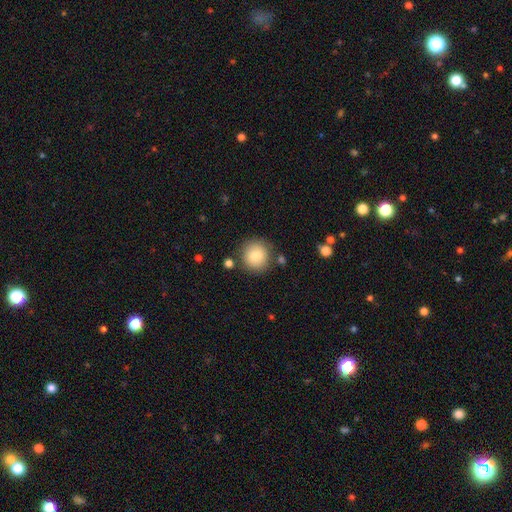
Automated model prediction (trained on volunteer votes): Smooth or featured: smooth — 82% (featured or disk — 10%)
How rounded: round — 93% (in between — 6%)
Merging: none — 83% (minor disturbance — 10%)